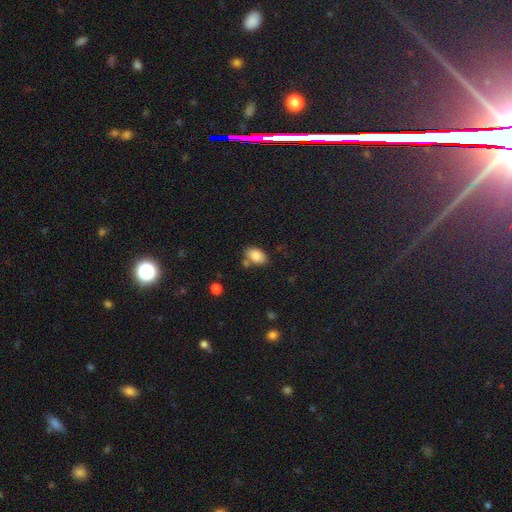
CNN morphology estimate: Smooth or featured? smooth (85%)
How rounded? in between (90%)
Merging? none (68%)